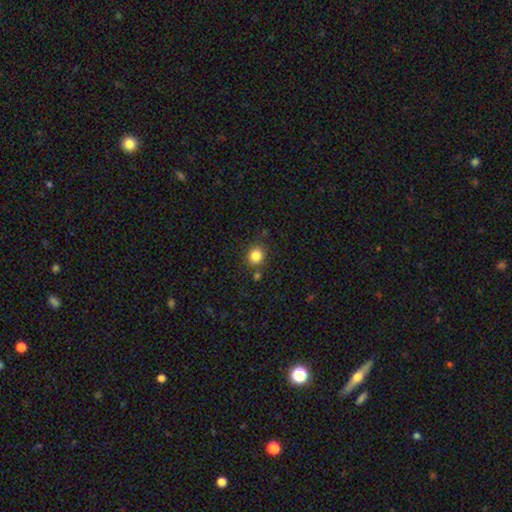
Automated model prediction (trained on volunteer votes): This is clearly a smooth galaxy (84%). How rounded: clearly round (84%). Merging: likely none (80%).